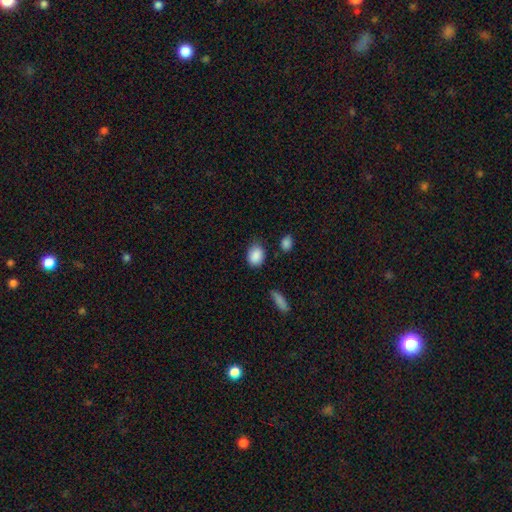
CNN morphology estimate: This appears to be a smooth galaxy with no disk features (88%) that is in between round and cigar-shaped (65%). Merging: none (73%).